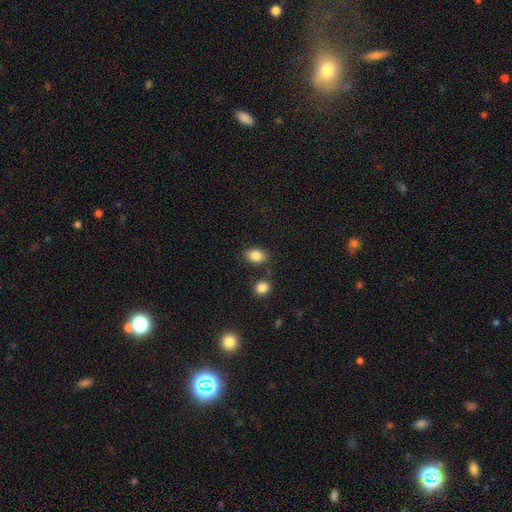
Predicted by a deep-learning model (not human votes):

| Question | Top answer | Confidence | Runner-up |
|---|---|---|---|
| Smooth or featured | smooth | 85% | star or artifact (8%) |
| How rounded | in between | 82% | round (17%) |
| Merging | none | 79% | minor disturbance (11%) |